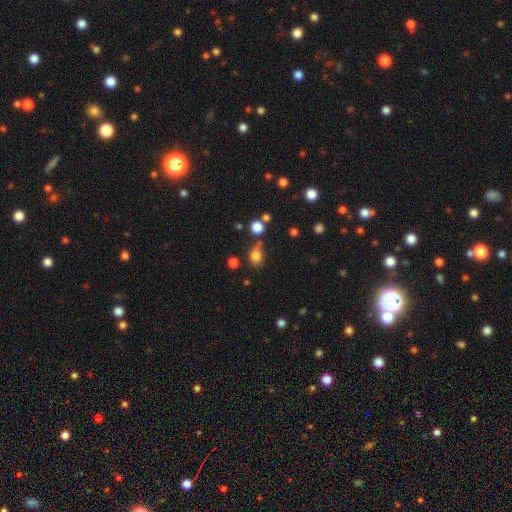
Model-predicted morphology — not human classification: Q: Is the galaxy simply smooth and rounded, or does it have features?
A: smooth — 80%.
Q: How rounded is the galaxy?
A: round — 59%.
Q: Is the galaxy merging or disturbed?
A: none — 61%.